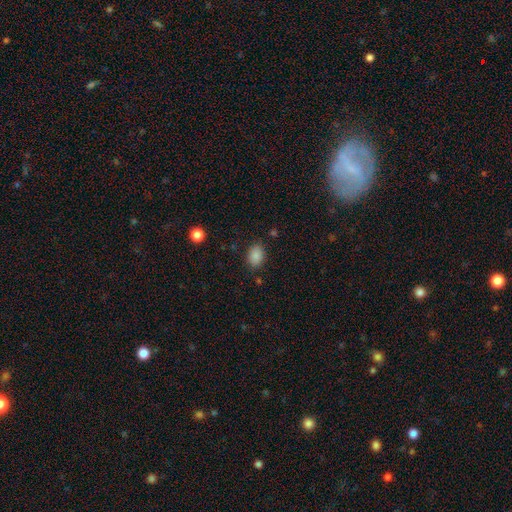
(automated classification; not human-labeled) Smooth or featured: smooth — 87% (star or artifact — 9%)
How rounded: in between — 74% (round — 25%)
Merging: none — 83% (minor disturbance — 12%)